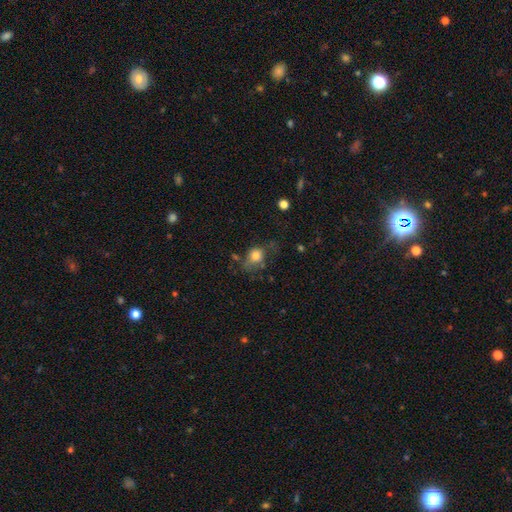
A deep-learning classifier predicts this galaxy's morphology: Smooth or featured? Predicted: smooth (p=0.76). How rounded? Predicted: round (p=0.58). Merging? Predicted: none (p=0.43).